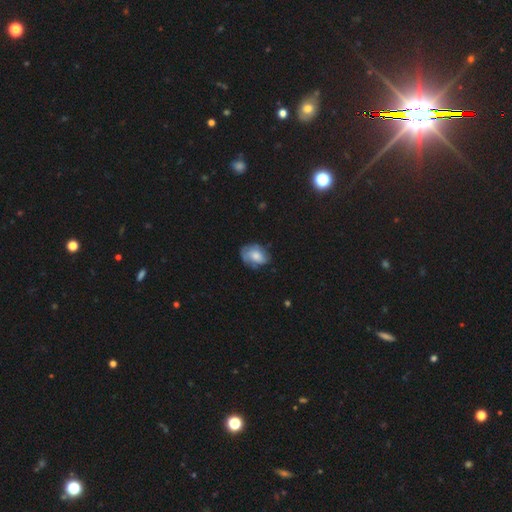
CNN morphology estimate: A smooth galaxy with no disk features (57%) that is in between round and cigar-shaped (70%). Merging: none (56%).